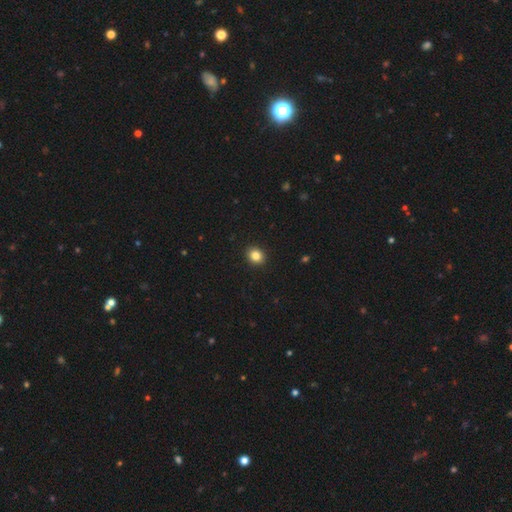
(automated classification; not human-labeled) A smooth galaxy with no disk features (85%) that is round (73%).

Vote fractions:
- Smooth or featured? smooth: 85% / star or artifact: 10% / featured or disk: 5%
- How rounded? round: 73% / in between: 26% / cigar-shaped: 1%
- Merging? none: 93% / minor disturbance: 5% / major disturbance: 2% / merger: 1%